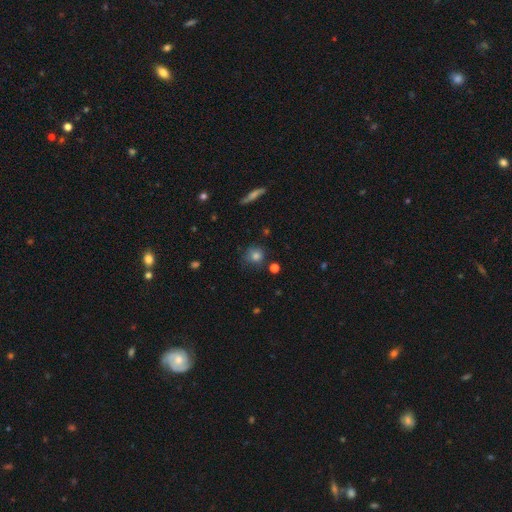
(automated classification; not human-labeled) Smooth or featured?
  - smooth: 78% *
  - star or artifact: 13%
  - featured or disk: 9%
How rounded?
  - round: 86% *
  - in between: 13%
  - cigar-shaped: 1%
Merging?
  - none: 73% *
  - minor disturbance: 18%
  - major disturbance: 5%
  - merger: 4%